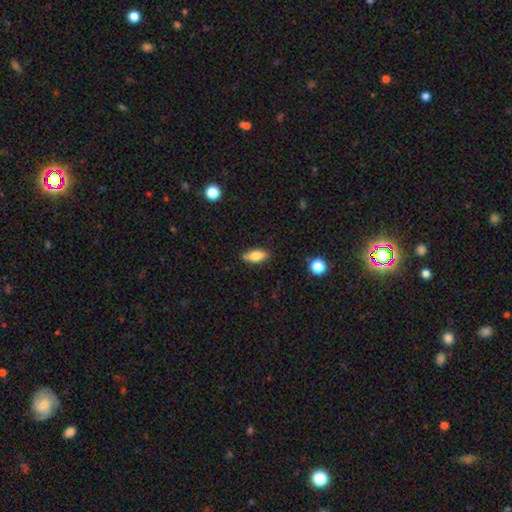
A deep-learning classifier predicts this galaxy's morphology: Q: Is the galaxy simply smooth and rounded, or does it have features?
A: smooth — 77%.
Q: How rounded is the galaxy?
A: in between — 82%.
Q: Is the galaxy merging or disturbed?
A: none — 81%.